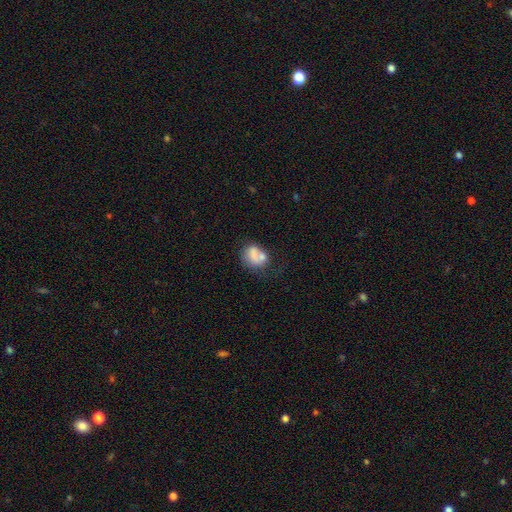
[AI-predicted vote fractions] This appears to be a smooth galaxy with no disk features (68%) that is round (51%). Merging: none (35%).